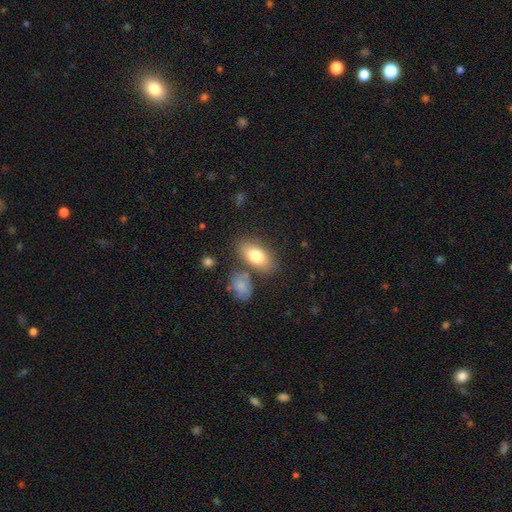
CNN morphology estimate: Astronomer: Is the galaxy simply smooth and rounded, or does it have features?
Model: smooth — 78%.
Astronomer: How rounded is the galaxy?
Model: in between — 90%.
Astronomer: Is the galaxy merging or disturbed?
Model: none — 73%.